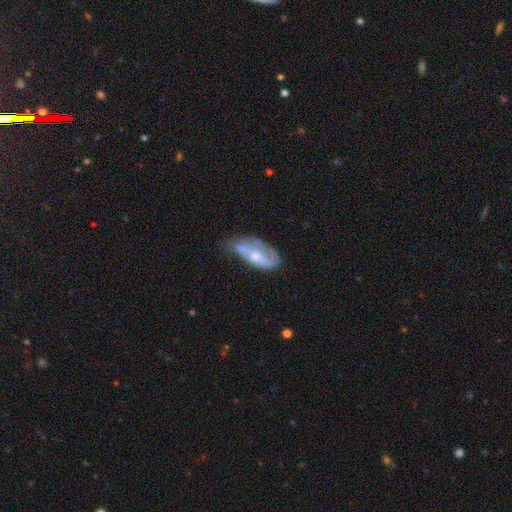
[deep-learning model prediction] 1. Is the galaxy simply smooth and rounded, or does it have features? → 58% featured or disk, 35% smooth, 7% star or artifact.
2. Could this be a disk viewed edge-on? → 91% no, 9% yes.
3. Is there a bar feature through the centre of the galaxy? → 66% no, 27% weak, 6% strong.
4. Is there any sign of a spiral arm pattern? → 58% yes, 42% no.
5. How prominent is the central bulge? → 47% moderate, 43% small, 6% none, 3% large, 1% dominant.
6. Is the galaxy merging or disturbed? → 33% minor disturbance (tied), 33% none (tied), 24% major disturbance, 9% merger.